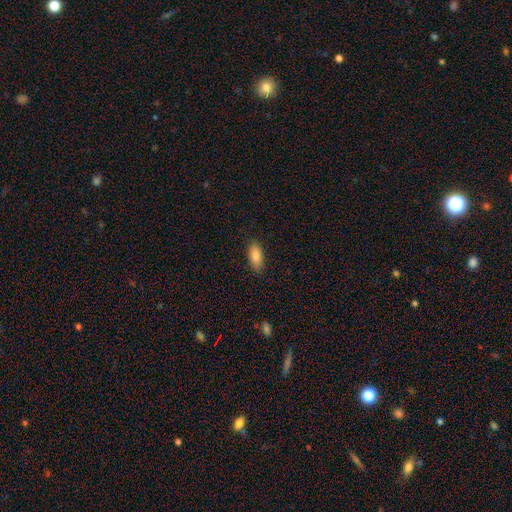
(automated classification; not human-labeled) Smooth or featured: smooth — 86% (featured or disk — 8%)
How rounded: in between — 85% (cigar-shaped — 13%)
Merging: none — 88% (minor disturbance — 9%)